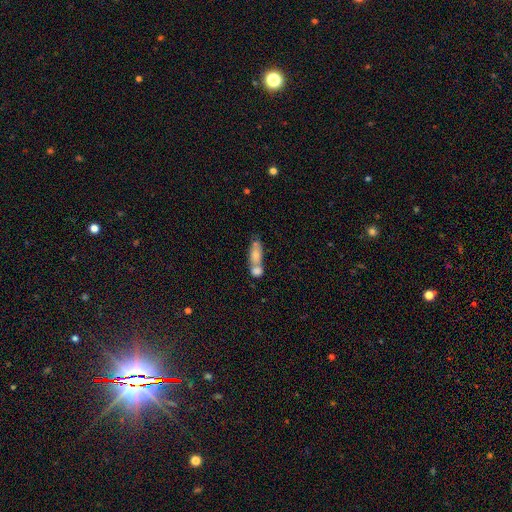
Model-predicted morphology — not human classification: The model was most divided on "merging": merger: 64%, none: 22%, minor disturbance: 9%, major disturbance: 5%. More confident: smooth or featured — smooth (72%); how rounded — in between (70%).